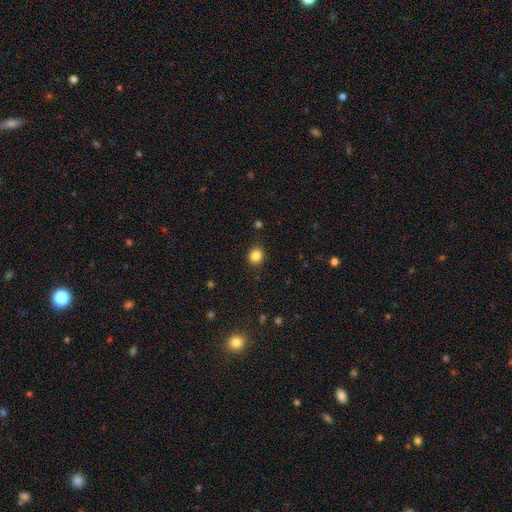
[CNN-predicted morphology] A smooth galaxy with no disk features (85%) that is round (78%). Merging: none (88%).